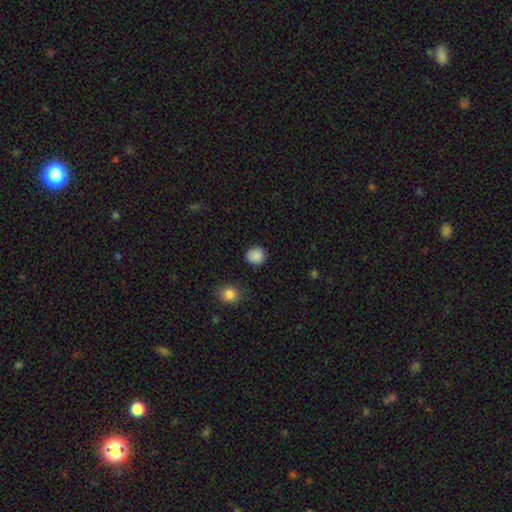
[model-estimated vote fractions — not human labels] The model was most divided on "how rounded": round: 85%, in between: 14%, cigar-shaped: 1%. More confident: smooth or featured — smooth (88%); merging — none (88%).